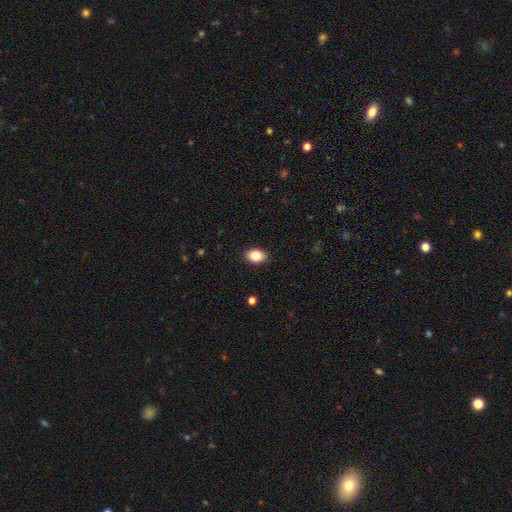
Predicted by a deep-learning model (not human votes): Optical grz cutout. It shows a smooth galaxy with no disk features (84%) that is in between round and cigar-shaped (85%). Merging: none (90%).